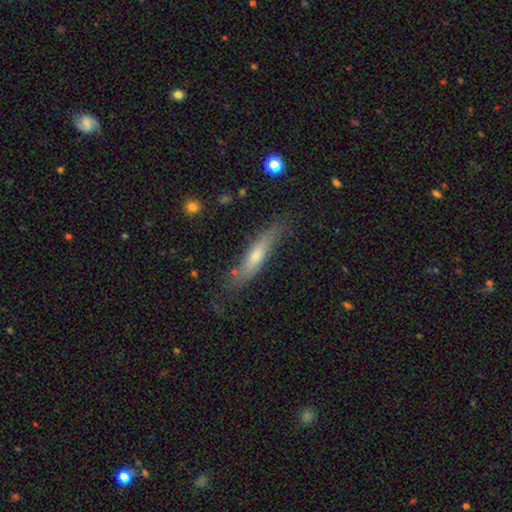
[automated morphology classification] Smooth or featured? smooth (51%)
How rounded? cigar-shaped (84%)
Merging? none (71%)